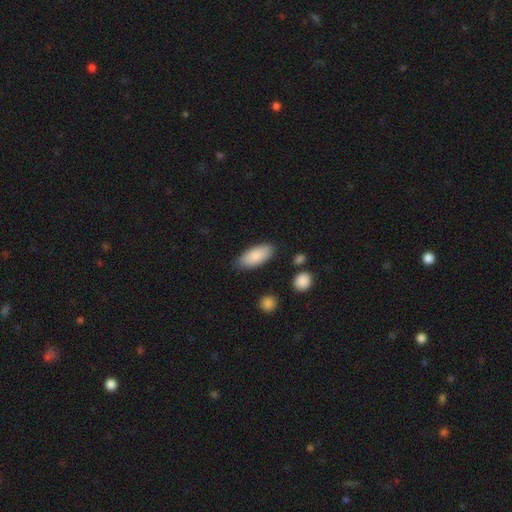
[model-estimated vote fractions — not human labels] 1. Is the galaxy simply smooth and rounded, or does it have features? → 87% smooth, 7% featured or disk, 6% star or artifact.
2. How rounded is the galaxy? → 85% in between, 13% cigar-shaped, 2% round.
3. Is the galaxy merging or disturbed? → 83% none, 12% minor disturbance, 3% major disturbance, 2% merger.